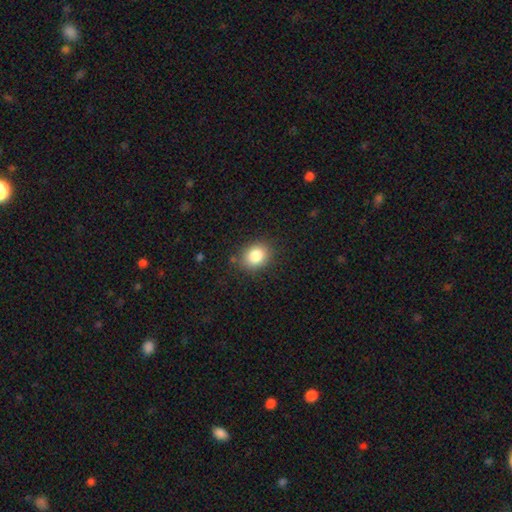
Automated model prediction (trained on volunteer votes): Q: Smooth or featured?
A: smooth (84%); runner-up: star or artifact (10%)
Q: How rounded?
A: round (58%); runner-up: in between (41%)
Q: Merging?
A: none (83%); runner-up: minor disturbance (12%)